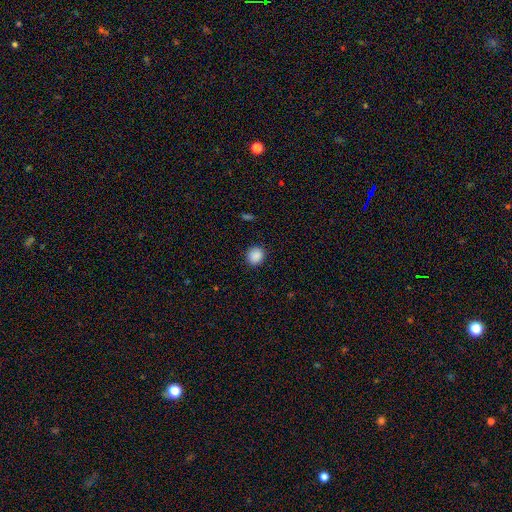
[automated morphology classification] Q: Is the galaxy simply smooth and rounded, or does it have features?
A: smooth — 89%.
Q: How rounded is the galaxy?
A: round — 87%.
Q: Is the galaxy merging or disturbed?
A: none — 90%.